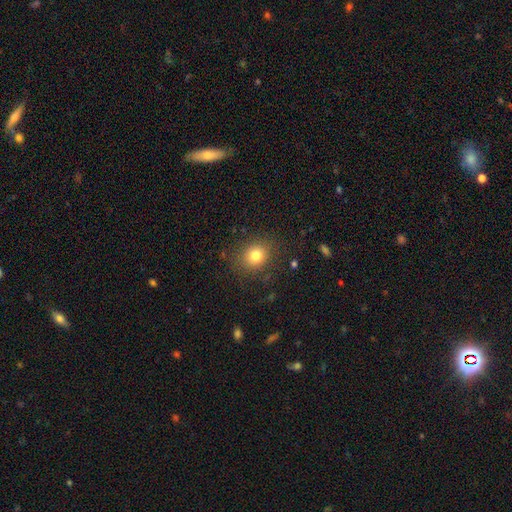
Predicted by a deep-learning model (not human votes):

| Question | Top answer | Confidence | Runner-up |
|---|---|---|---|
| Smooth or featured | smooth | 80% | star or artifact (12%) |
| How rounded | round | 68% | in between (31%) |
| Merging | none | 84% | minor disturbance (11%) |